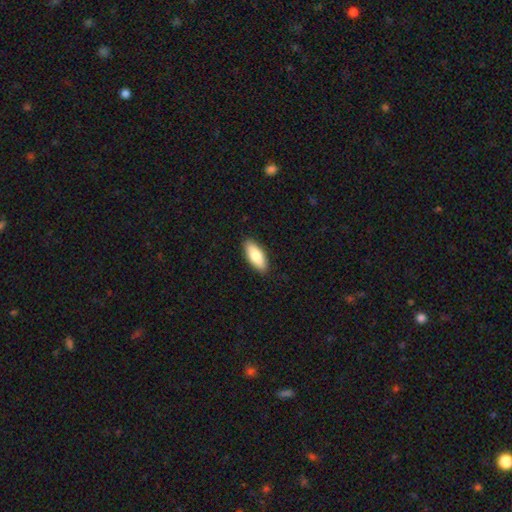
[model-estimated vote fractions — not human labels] Smooth or featured: smooth — 82% (featured or disk — 12%)
How rounded: in between — 79% (cigar-shaped — 19%)
Merging: none — 89% (minor disturbance — 8%)